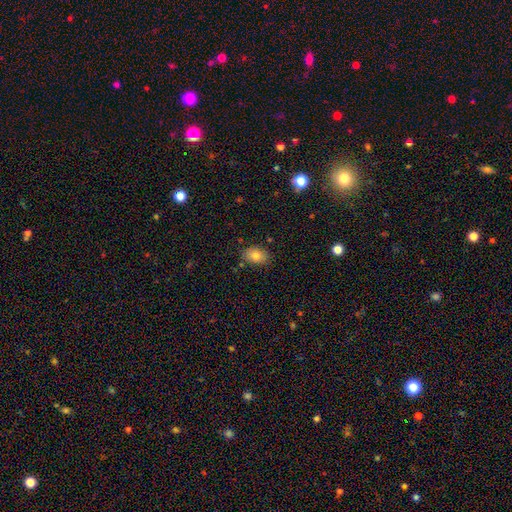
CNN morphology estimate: This is likely a smooth galaxy (80%). How rounded: likely in between (75%). Merging: clearly none (82%).